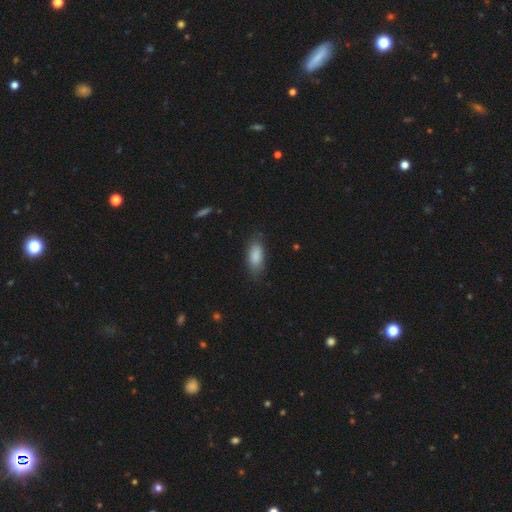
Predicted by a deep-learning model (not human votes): This is clearly a smooth galaxy (87%). How rounded: clearly in between (85%). Merging: likely none (76%).